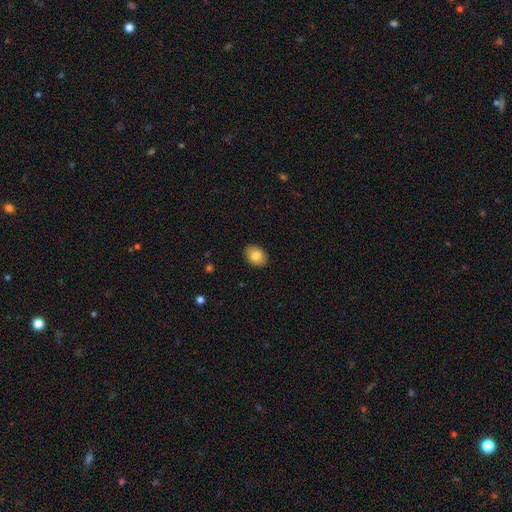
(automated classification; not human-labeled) The model was most divided on "how rounded": in between: 63%, round: 36%, cigar-shaped: 1%. More confident: merging — none (89%); smooth or featured — smooth (82%).